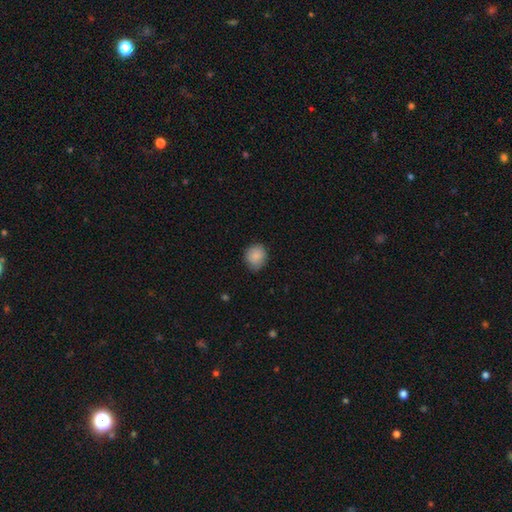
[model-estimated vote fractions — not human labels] This appears to be a smooth galaxy with no disk features (87%) that is round (74%). Merging: none (79%).